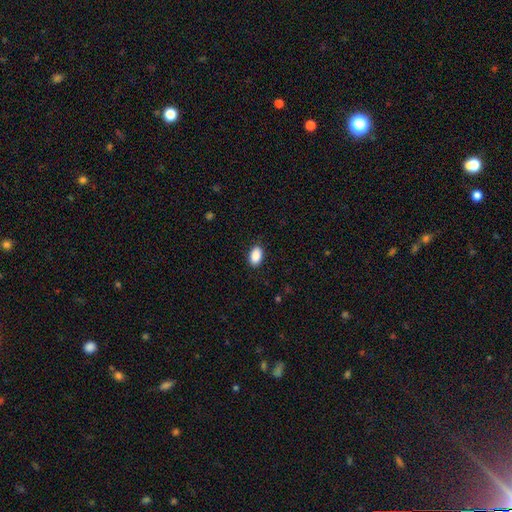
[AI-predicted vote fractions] A smooth galaxy with no disk features (90%) that is in between round and cigar-shaped (92%).

Vote fractions:
- Smooth or featured? smooth: 90% / star or artifact: 7% / featured or disk: 3%
- How rounded? in between: 92% / round: 7% / cigar-shaped: 2%
- Merging? none: 87% / minor disturbance: 10% / major disturbance: 2% / merger: 1%